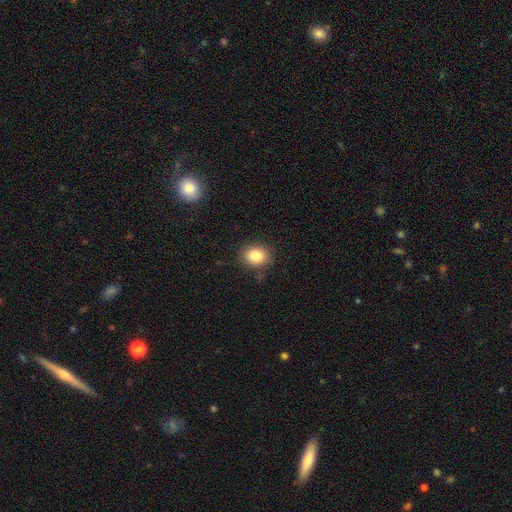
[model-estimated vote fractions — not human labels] Overall: smooth (84%). How rounded: round (52%; in between 47%). Merging: none (85%).